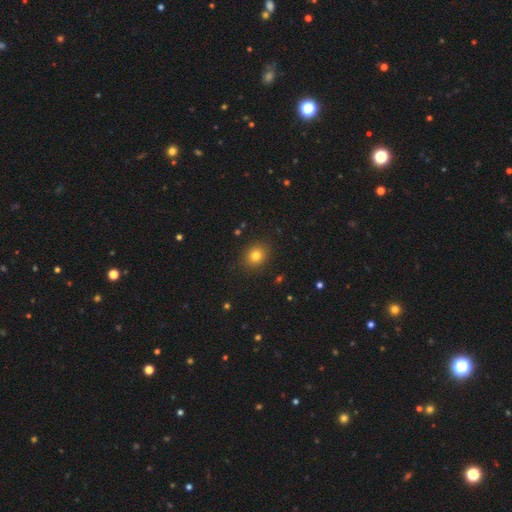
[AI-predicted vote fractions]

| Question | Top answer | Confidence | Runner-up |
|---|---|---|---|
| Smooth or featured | smooth | 80% | star or artifact (13%) |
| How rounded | round | 65% | in between (34%) |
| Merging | none | 89% | minor disturbance (8%) |